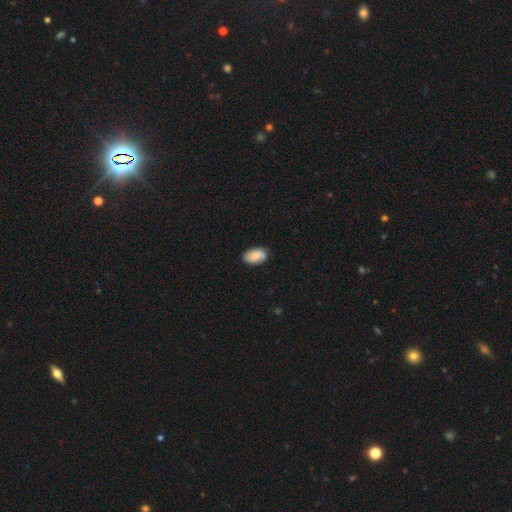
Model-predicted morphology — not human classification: Smooth or featured? smooth (71%)
How rounded? in between (91%)
Merging? none (81%)